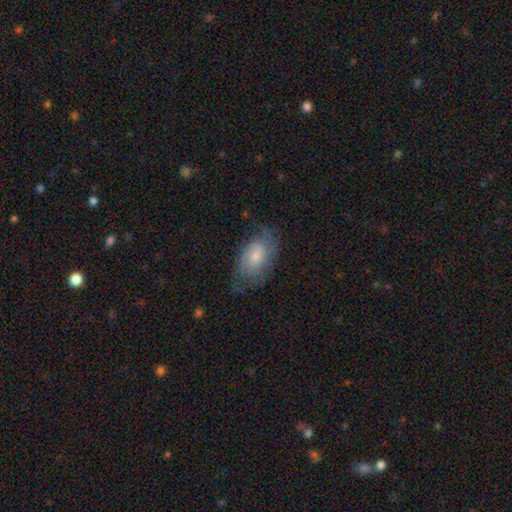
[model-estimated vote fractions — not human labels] The model was most divided on "smooth or featured": featured or disk: 48%, smooth: 45%, star or artifact: 7%. More confident: merging — none (60%).